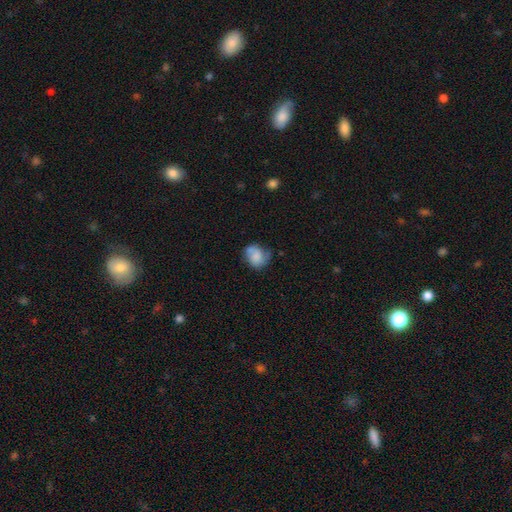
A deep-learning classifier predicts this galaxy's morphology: A smooth galaxy with no disk features (58%) that is round (60%). Merging: none (49%).